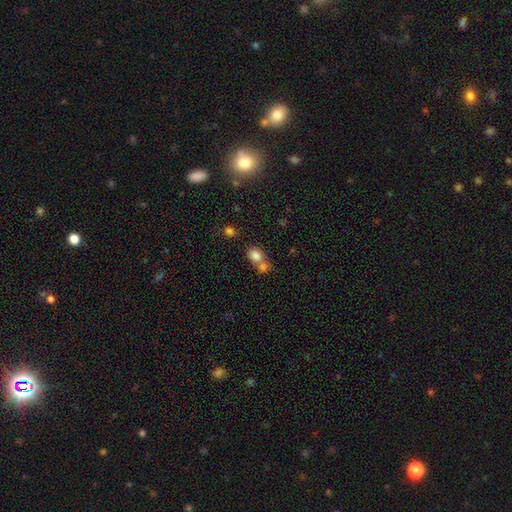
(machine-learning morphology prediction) The model was most divided on "merging": merger: 52%, none: 37%, minor disturbance: 8%, major disturbance: 3%. More confident: smooth or featured — smooth (80%); how rounded — round (63%).